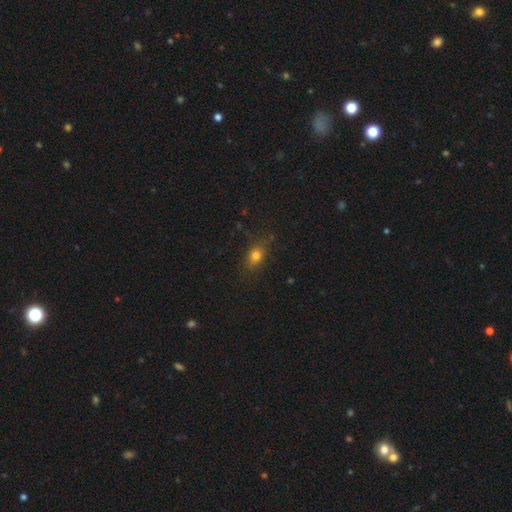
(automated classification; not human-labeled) smooth 77%, star or artifact 13%, featured or disk 10%. Down the decision tree: how rounded — in between (65%); merging — none (76%).